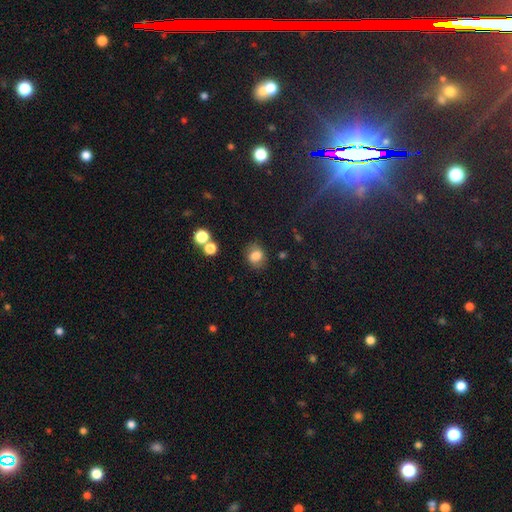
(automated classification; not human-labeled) This appears to be a smooth galaxy with no disk features (78%) that is round (53%). Merging: none (75%).